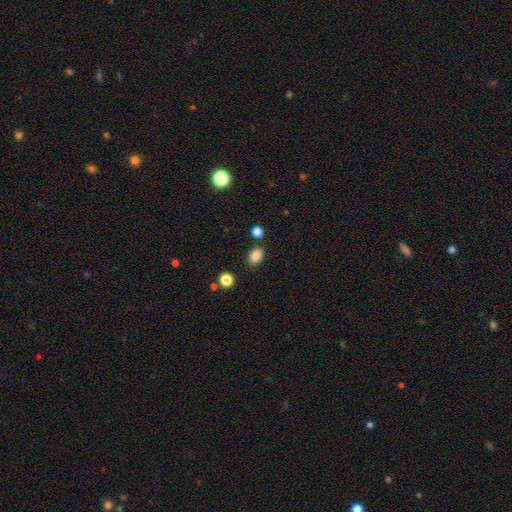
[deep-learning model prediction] The model was most divided on "how rounded": in between: 65%, round: 34%, cigar-shaped: 1%. More confident: smooth or featured — smooth (85%); merging — none (82%).